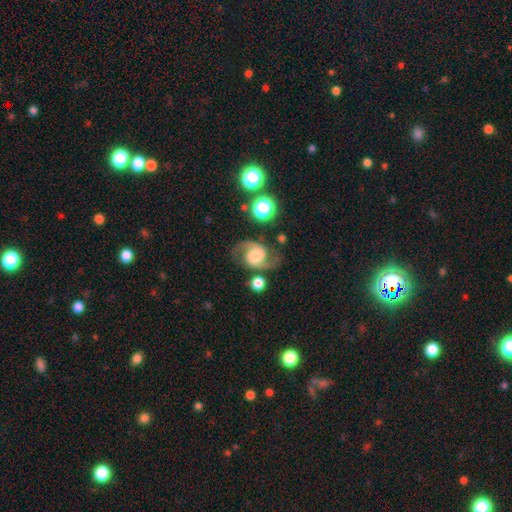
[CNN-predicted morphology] Smooth or featured?
  - featured or disk: 84% *
  - smooth: 9%
  - star or artifact: 8%
Edge-on disk?
  - no: 98% *
  - yes: 2%
Bar?
  - no: 55% *
  - weak: 36%
  - strong: 9%
Spiral arms?
  - yes: 97% *
  - no: 3%
Spiral winding?
  - medium: 52% *
  - loose: 38%
  - tight: 11%
Spiral arm count?
  - 2: 94% *
  - can't tell: 2%
  - 1: 1%
  - 3: 1%
  - 4: 1%
  - more than 4: 1%
Bulge size?
  - moderate: 34% *
  - large: 25%
  - small: 23%
  - none: 13%
  - dominant: 5%
Merging?
  - none: 73% *
  - minor disturbance: 15%
  - major disturbance: 8%
  - merger: 4%